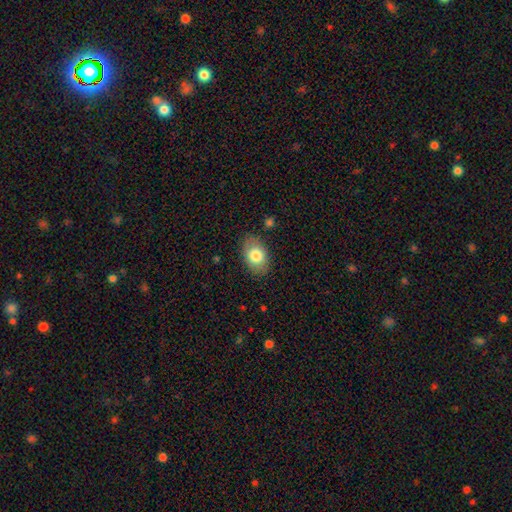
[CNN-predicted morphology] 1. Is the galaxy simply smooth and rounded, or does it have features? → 78% smooth, 15% featured or disk, 7% star or artifact.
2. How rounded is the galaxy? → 87% in between, 12% round, 1% cigar-shaped.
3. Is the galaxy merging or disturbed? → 82% none, 13% minor disturbance, 3% major disturbance, 2% merger.